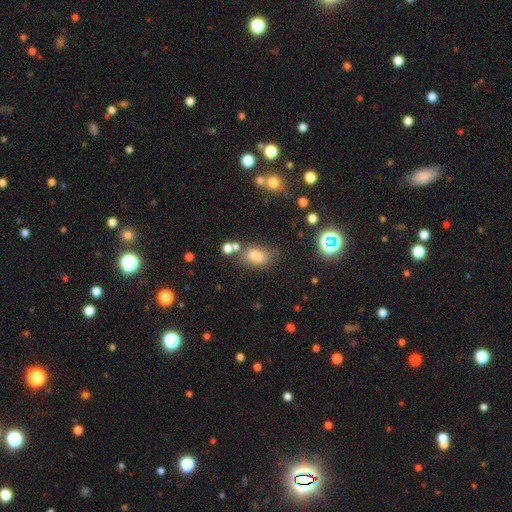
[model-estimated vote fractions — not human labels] Smooth or featured: smooth — 78% (star or artifact — 12%)
How rounded: in between — 81% (round — 18%)
Merging: none — 62% (minor disturbance — 18%)